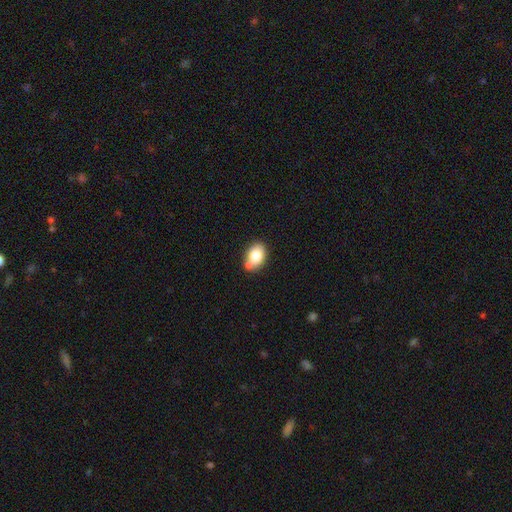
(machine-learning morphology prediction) A smooth galaxy with no disk features (80%) that is in between round and cigar-shaped (76%).

Vote fractions:
- Smooth or featured? smooth: 80% / featured or disk: 12% / star or artifact: 8%
- How rounded? in between: 76% / round: 23% / cigar-shaped: 1%
- Merging? none: 64% / minor disturbance: 17% / merger: 16% / major disturbance: 4%